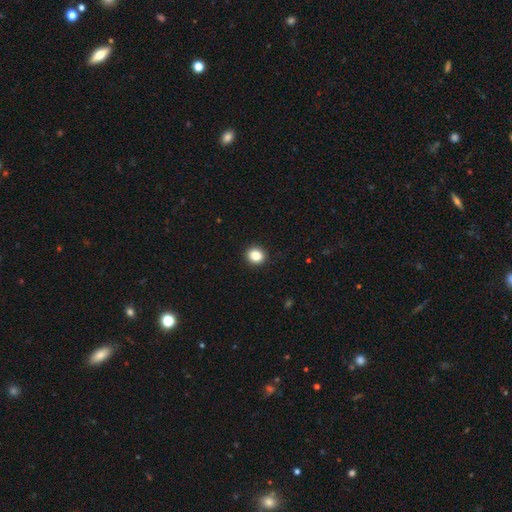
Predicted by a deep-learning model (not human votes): Smooth or featured: smooth — 84% (star or artifact — 10%)
How rounded: round — 80% (in between — 19%)
Merging: none — 93% (minor disturbance — 5%)